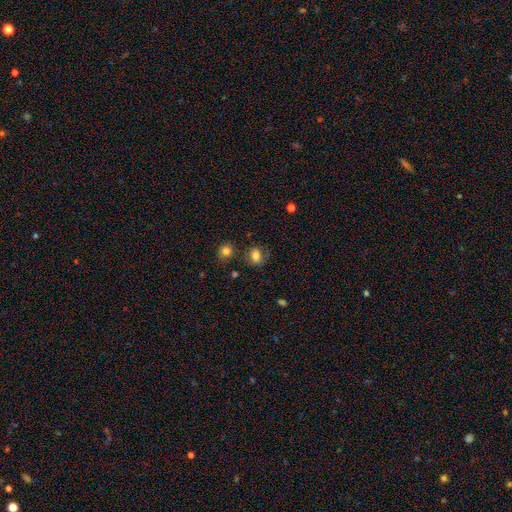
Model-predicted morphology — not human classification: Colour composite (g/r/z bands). It shows a smooth galaxy with no disk features (81%) that is in between round and cigar-shaped (59%). Merging: none (74%).